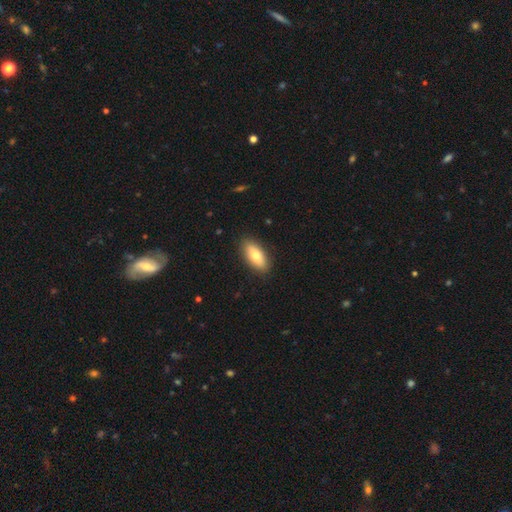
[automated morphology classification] smooth 77%, featured or disk 17%, star or artifact 6%. Down the decision tree: how rounded — in between (85%); merging — none (88%).